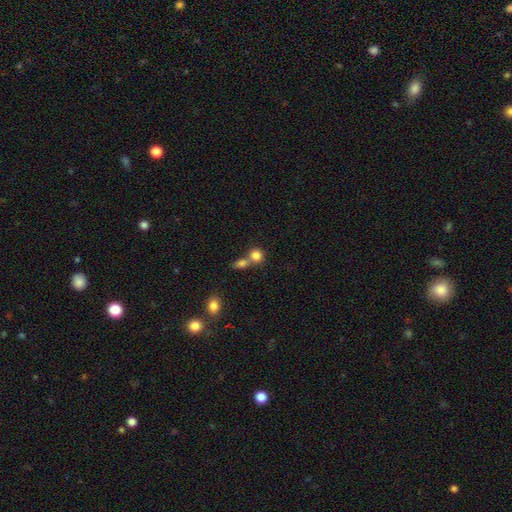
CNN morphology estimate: A smooth galaxy with no disk features (82%) that is round (81%). Merging: merger (48%).